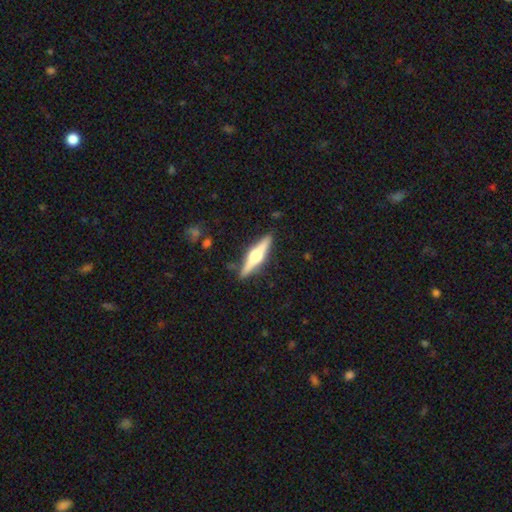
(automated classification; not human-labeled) Smooth or featured?
  - featured or disk: 71% *
  - smooth: 24%
  - star or artifact: 5%
Edge-on disk?
  - yes: 97% *
  - no: 3%
Edge-on bulge?
  - rounded: 94% *
  - boxy: 4%
  - none: 2%
Merging?
  - none: 89% *
  - minor disturbance: 8%
  - major disturbance: 2%
  - merger: 1%